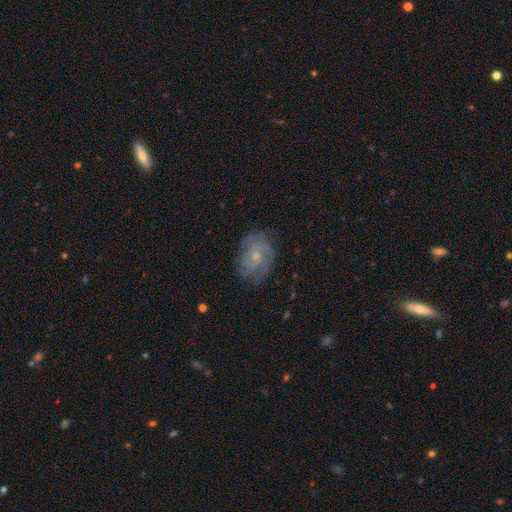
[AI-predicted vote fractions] Smooth or featured? featured or disk (78%)
Edge-on disk? no (97%)
Bar? no (72%)
Spiral arms? yes (93%)
Spiral winding? tight (57%)
Spiral arm count? can't tell (31%)
Bulge size? small (65%)
Merging? none (73%)